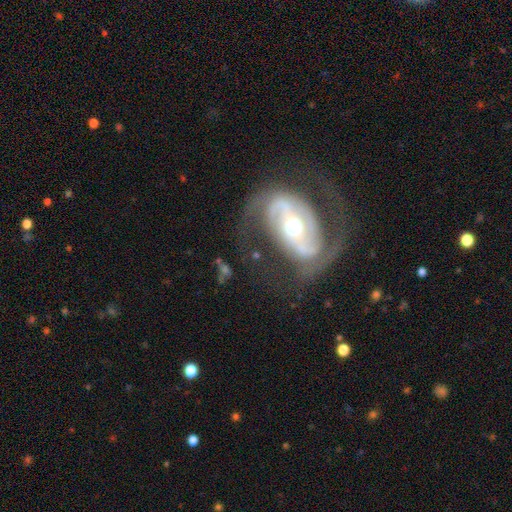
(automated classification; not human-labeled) The model was most divided on "bar": strong: 41%, no: 30%, weak: 29%. Remaining: edge-on disk — no (96%); spiral arms — yes (89%); spiral arm count — 2 (87%); smooth or featured — featured or disk (87%); merging — none (65%); bulge size — moderate (61%); spiral winding — medium (47%).